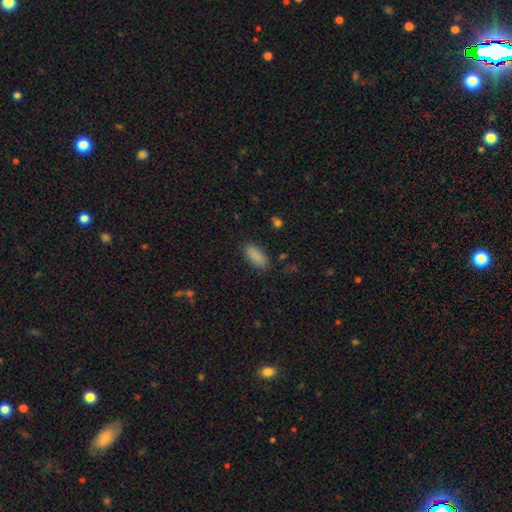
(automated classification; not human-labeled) Smooth or featured? Predicted: smooth (p=0.88). How rounded? Predicted: in between (p=0.88). Merging? Predicted: none (p=0.84).